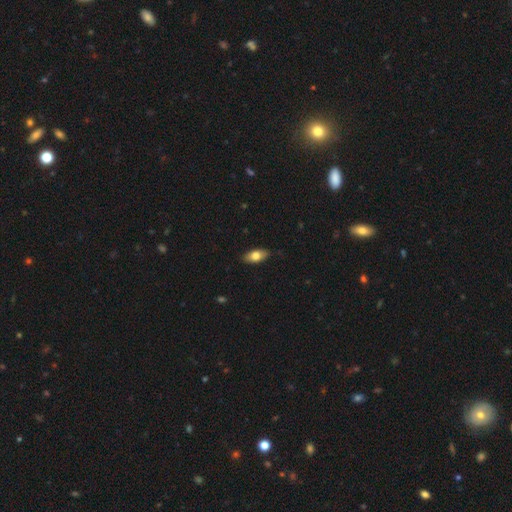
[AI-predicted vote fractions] Smooth or featured?
  - smooth: 73% *
  - featured or disk: 20%
  - star or artifact: 7%
How rounded?
  - in between: 85% *
  - cigar-shaped: 11%
  - round: 4%
Merging?
  - none: 87% *
  - minor disturbance: 10%
  - major disturbance: 2%
  - merger: 1%